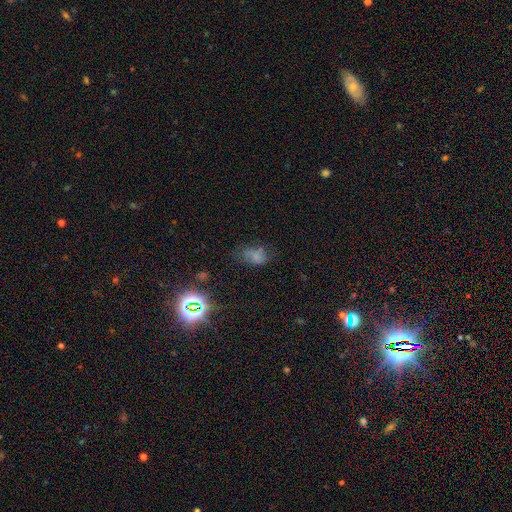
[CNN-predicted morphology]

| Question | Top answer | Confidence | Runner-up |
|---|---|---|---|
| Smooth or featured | smooth | 60% | star or artifact (24%) |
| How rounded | in between | 85% | round (12%) |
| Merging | none | 45% | minor disturbance (28%) |